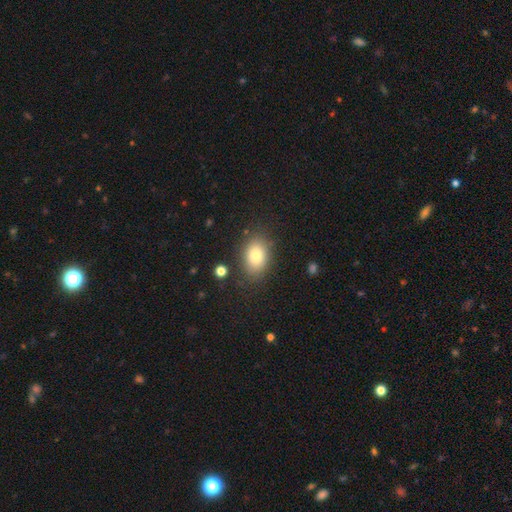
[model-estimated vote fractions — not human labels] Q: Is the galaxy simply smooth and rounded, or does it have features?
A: smooth — 82%.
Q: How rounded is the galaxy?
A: in between — 79%.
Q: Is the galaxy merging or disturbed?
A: none — 81%.